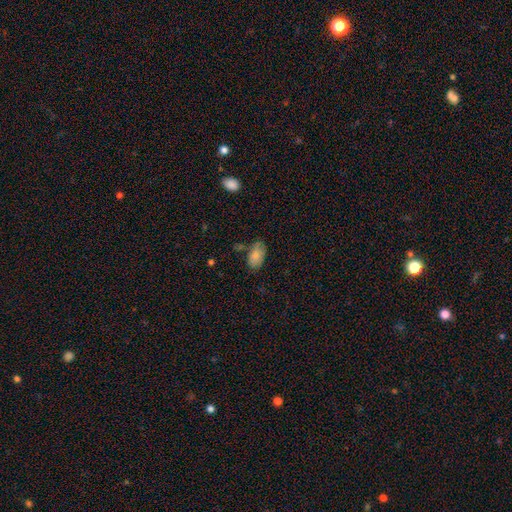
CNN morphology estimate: Overall: smooth (84%). How rounded: in between (93%). Merging: none (67%).